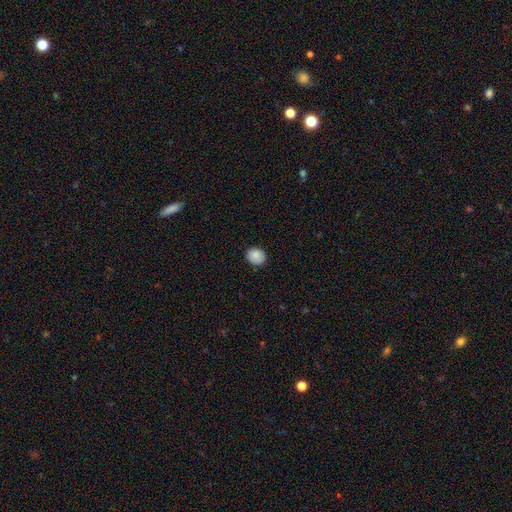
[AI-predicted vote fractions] Smooth or featured? Predicted: smooth (p=0.86). How rounded? Predicted: round (p=0.69). Merging? Predicted: none (p=0.86).